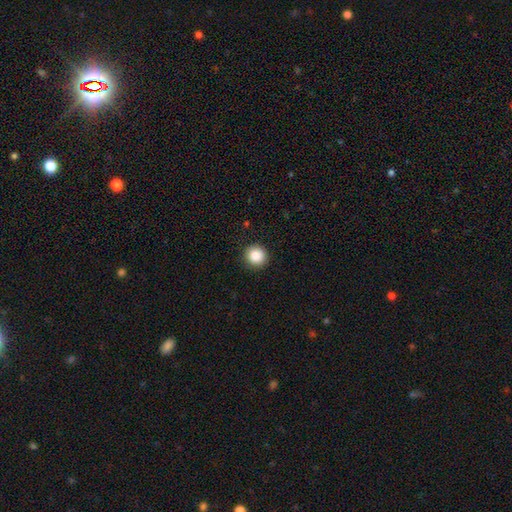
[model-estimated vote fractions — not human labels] Smooth or featured? Predicted: smooth (p=0.88). How rounded? Predicted: round (p=0.94). Merging? Predicted: none (p=0.92).